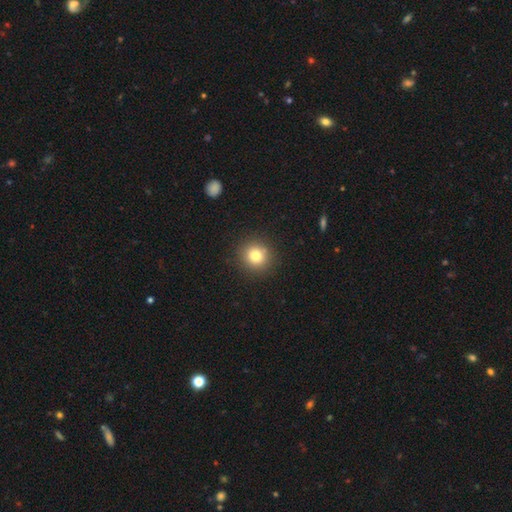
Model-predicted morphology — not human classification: The model was most divided on "smooth or featured": smooth: 79%, star or artifact: 13%, featured or disk: 8%. More confident: how rounded — round (90%); merging — none (89%).